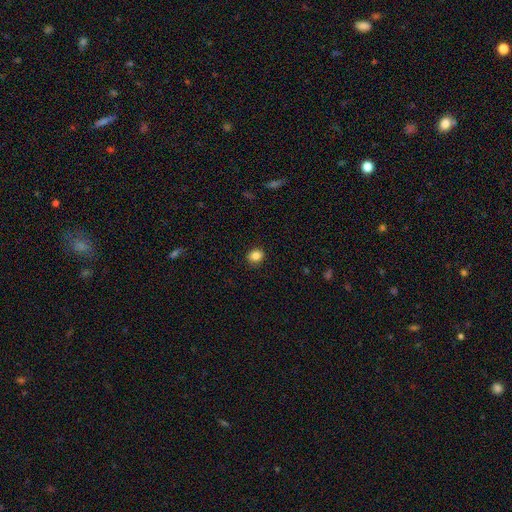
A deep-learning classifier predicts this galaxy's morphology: smooth 86%, star or artifact 10%, featured or disk 5%. Down the decision tree: how rounded — round (61%); merging — none (90%).